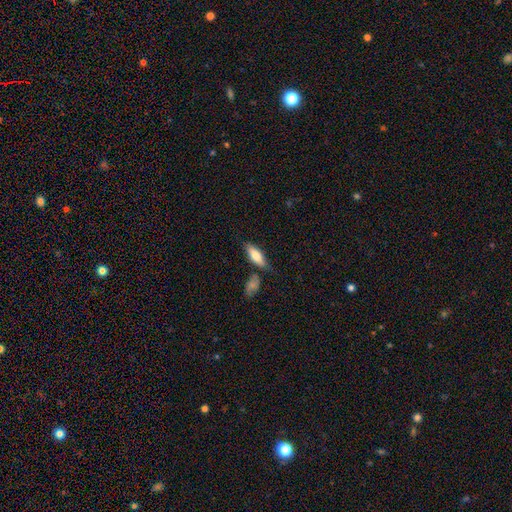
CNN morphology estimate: smooth 73%, featured or disk 20%, star or artifact 6%. Down the decision tree: how rounded — in between (65%); merging — none (65%).